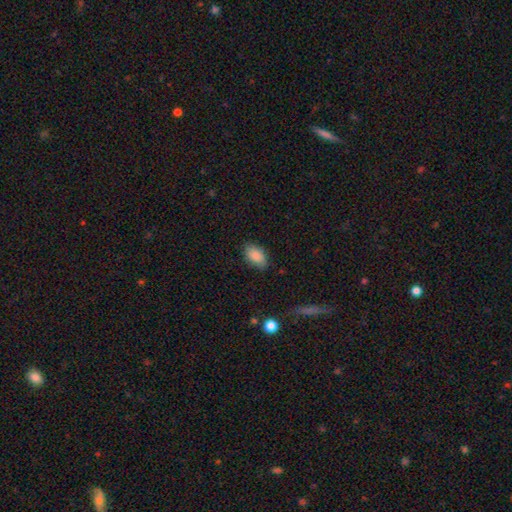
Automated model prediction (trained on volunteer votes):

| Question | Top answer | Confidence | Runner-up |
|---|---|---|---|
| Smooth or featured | smooth | 87% | star or artifact (7%) |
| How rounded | in between | 92% | round (6%) |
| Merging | none | 79% | minor disturbance (16%) |